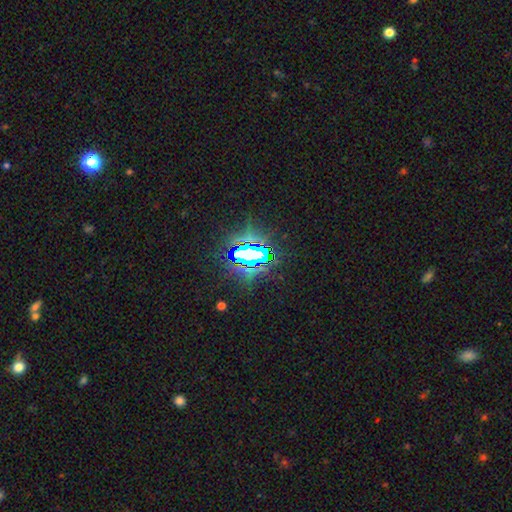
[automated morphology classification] Smooth or featured? star or artifact (82%)